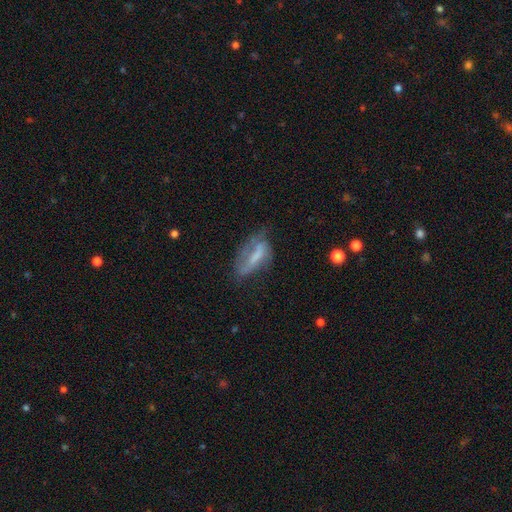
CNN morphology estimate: smooth-or-featured: featured or disk: 46% | smooth: 44% | star or artifact: 10%
  merging: none: 40% | minor disturbance: 30% | major disturbance: 26% | merger: 4%